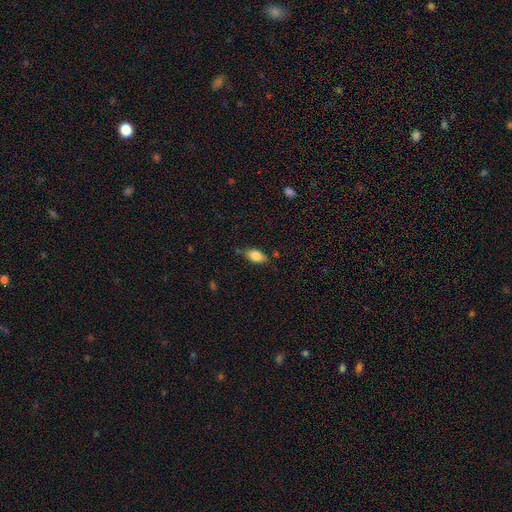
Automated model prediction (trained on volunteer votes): This is clearly a smooth galaxy (81%). How rounded: clearly in between (87%). Merging: likely none (72%).